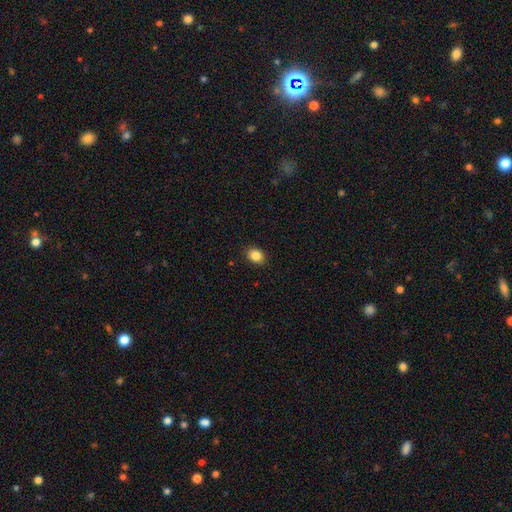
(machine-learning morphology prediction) Smooth or featured? Predicted: smooth (p=0.86). How rounded? Predicted: in between (p=0.65). Merging? Predicted: none (p=0.90).